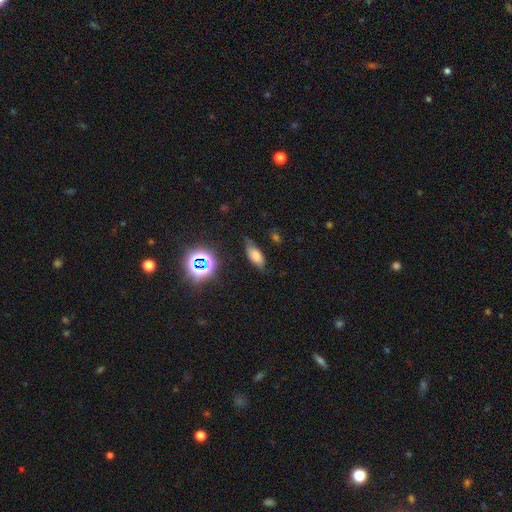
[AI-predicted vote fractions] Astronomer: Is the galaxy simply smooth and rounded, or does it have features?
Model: smooth — 67%.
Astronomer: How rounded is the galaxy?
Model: in between — 80%.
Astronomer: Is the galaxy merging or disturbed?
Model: none — 66%.